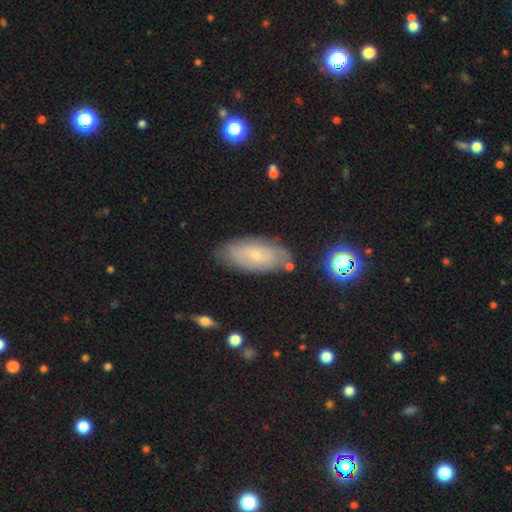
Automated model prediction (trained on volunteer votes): The model was most divided on "smooth or featured": smooth: 52%, featured or disk: 39%, star or artifact: 9%. More confident: how rounded — in between (88%); merging — none (79%).